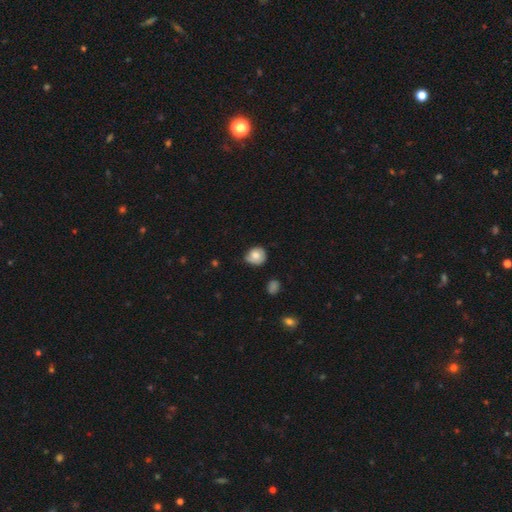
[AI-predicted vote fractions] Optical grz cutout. It shows a smooth galaxy with no disk features (73%) that is round (76%). Merging: none (51%).